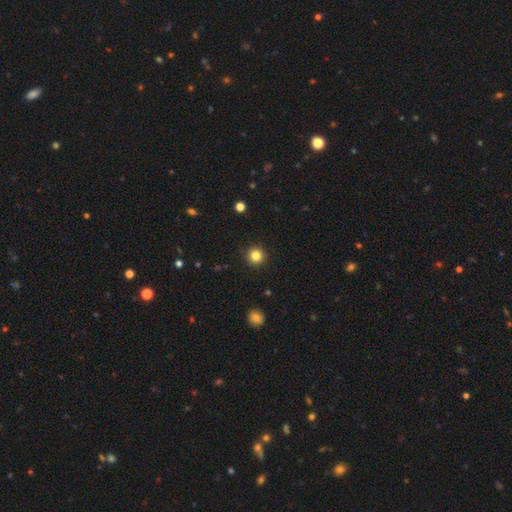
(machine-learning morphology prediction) This is clearly a smooth galaxy (83%). How rounded: clearly round (95%). Merging: clearly none (92%).